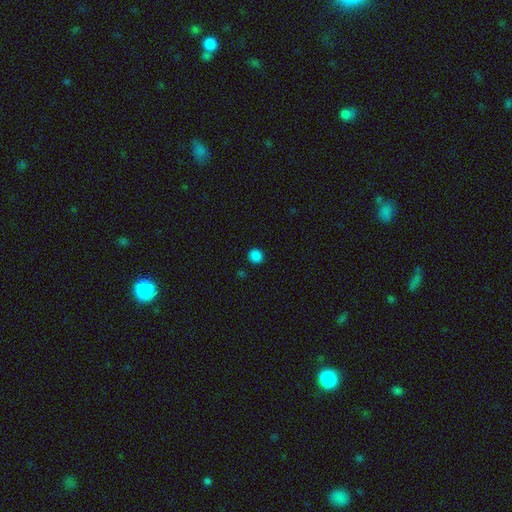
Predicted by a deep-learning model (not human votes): Overall: smooth (85%). How rounded: round (91%). Merging: none (91%).